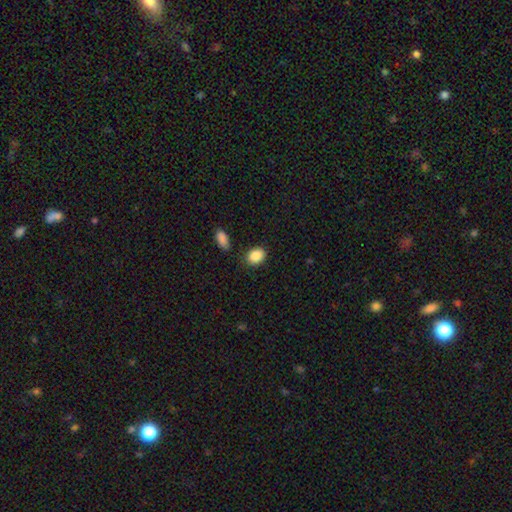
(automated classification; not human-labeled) A smooth galaxy with no disk features (88%) that is in between round and cigar-shaped (63%). Merging: none (80%).